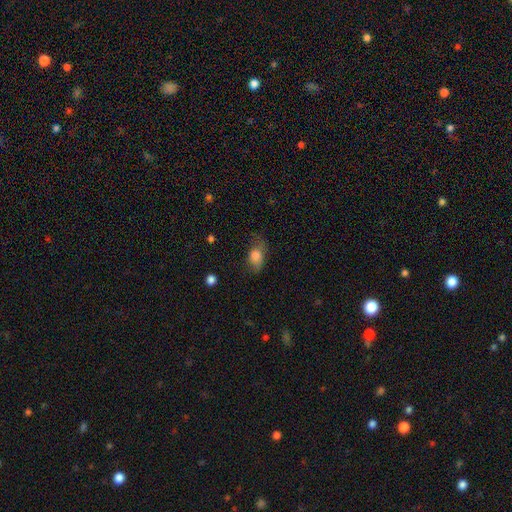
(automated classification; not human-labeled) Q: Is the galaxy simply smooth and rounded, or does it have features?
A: smooth — 77%.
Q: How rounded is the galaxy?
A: in between — 80%.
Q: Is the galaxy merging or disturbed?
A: none — 44%.